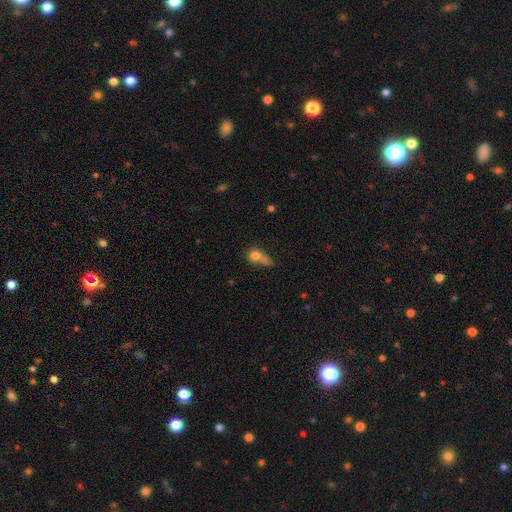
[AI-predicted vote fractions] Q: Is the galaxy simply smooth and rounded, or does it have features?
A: smooth — 73%.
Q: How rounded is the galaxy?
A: round — 61%.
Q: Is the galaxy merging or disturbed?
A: merger — 34%.